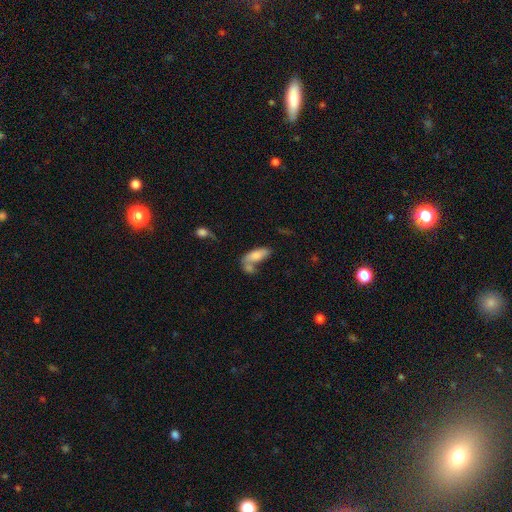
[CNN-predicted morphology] Smooth or featured?
  - smooth: 75% *
  - featured or disk: 16%
  - star or artifact: 8%
How rounded?
  - in between: 79% *
  - cigar-shaped: 17%
  - round: 3%
Merging?
  - merger: 45% *
  - none: 31%
  - minor disturbance: 14%
  - major disturbance: 11%